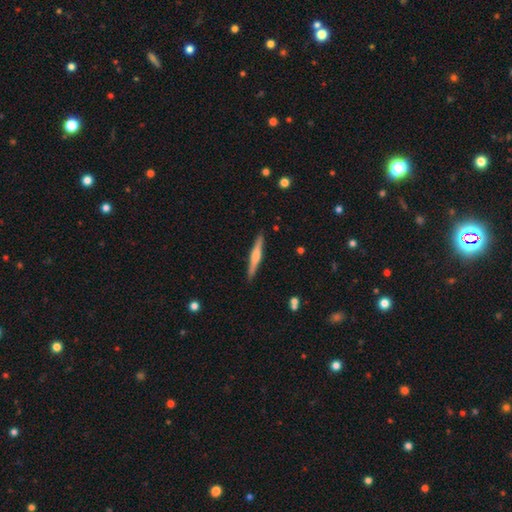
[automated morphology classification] featured or disk 60%, smooth 35%, star or artifact 5%. Down the decision tree: edge-on disk — yes (98%); edge-on bulge — rounded (74%); merging — none (90%).